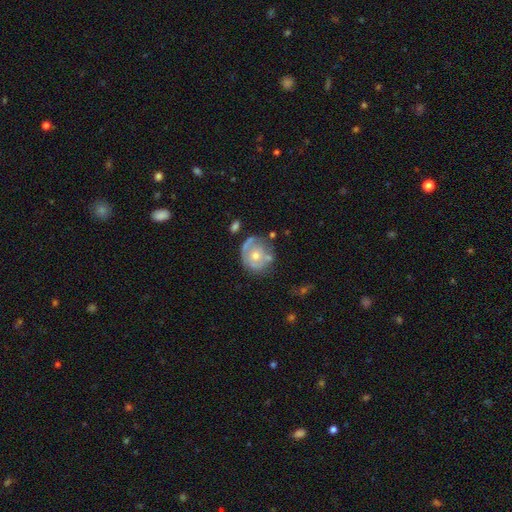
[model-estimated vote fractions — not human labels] Morphology: type=featured or disk (57%); edge-on=no (97%); bar=no (85%); spiral arms=no (55%); bulge=moderate (57%); merging=none (53%).